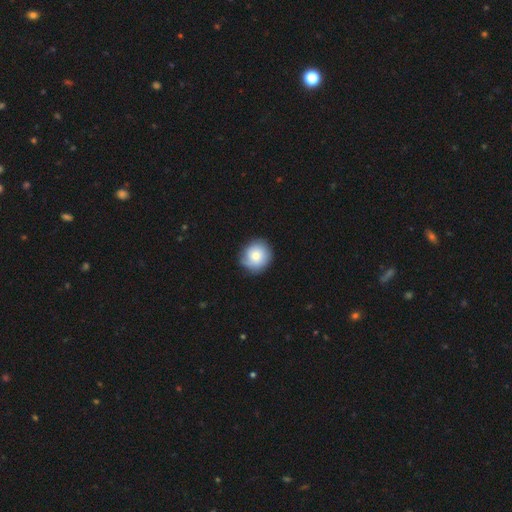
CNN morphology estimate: This appears to be a smooth galaxy with no disk features (71%) that is round (89%). Merging: none (75%).